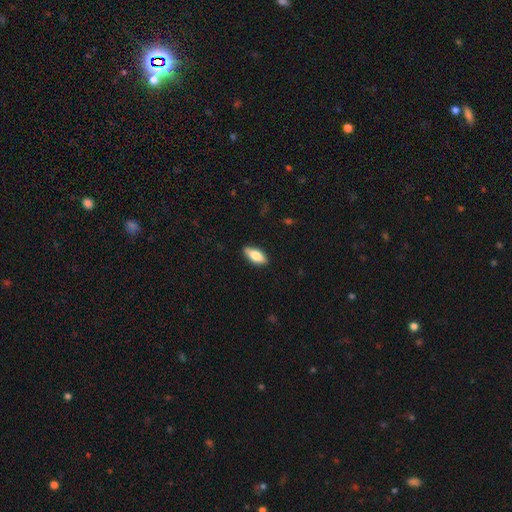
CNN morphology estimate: type=smooth (74%); roundness=in between (81%); merging=none (86%).